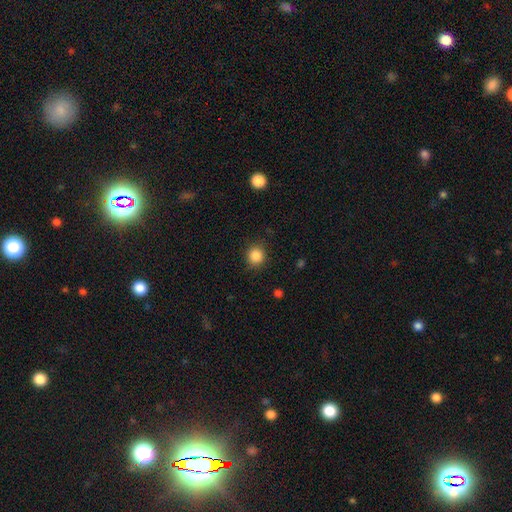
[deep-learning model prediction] This appears to be a smooth galaxy with no disk features (86%) that is round (89%). Merging: none (88%).